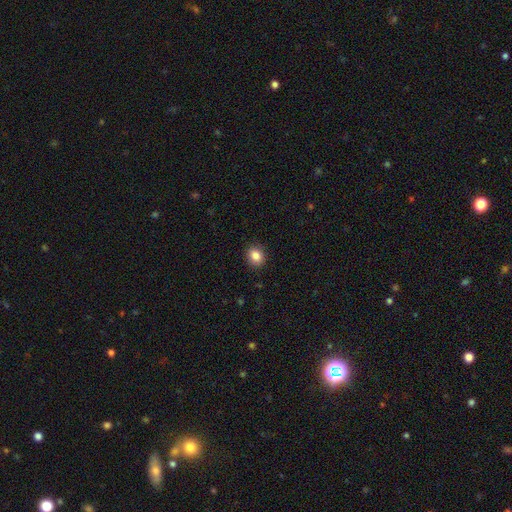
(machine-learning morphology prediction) smooth_or_featured: smooth (p=0.85) [alt: star or artifact p=0.10]
how_rounded: round (p=0.65) [alt: in between p=0.34]
merging: none (p=0.91) [alt: minor disturbance p=0.06]